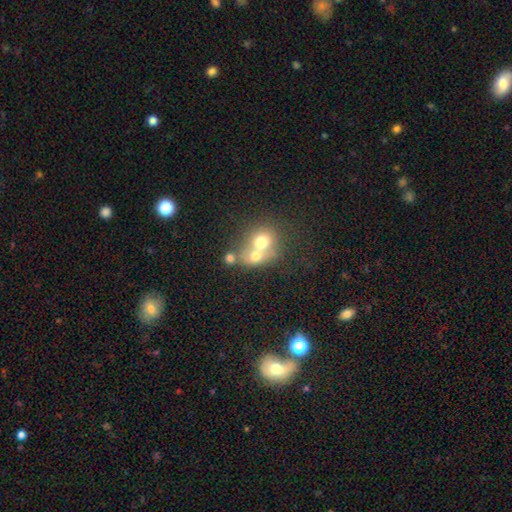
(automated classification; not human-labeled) Overall: smooth (65%). How rounded: round (65%; in between 34%). Merging: merger (68%).